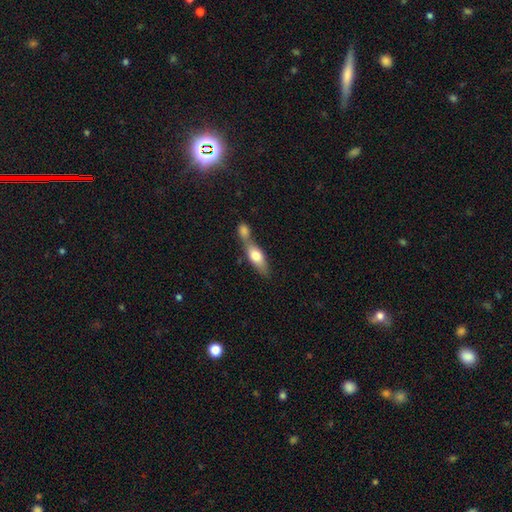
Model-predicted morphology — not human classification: This appears to be a smooth galaxy with no disk features (66%) that is in between round and cigar-shaped (62%). Merging: merger (60%).